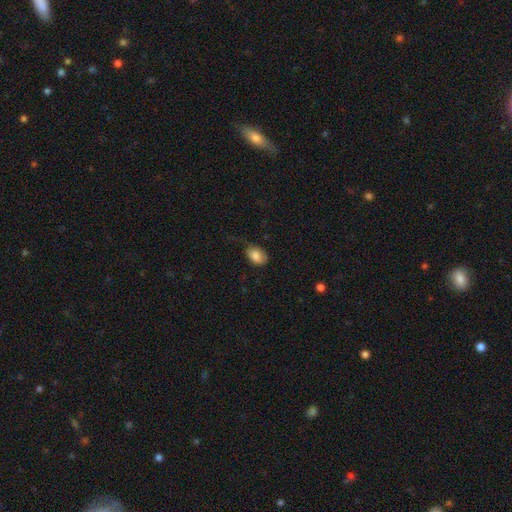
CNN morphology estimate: The model was most divided on "merging": none: 55%, minor disturbance: 31%, major disturbance: 13%, merger: 2%. More confident: smooth or featured — smooth (83%); how rounded — in between (82%).